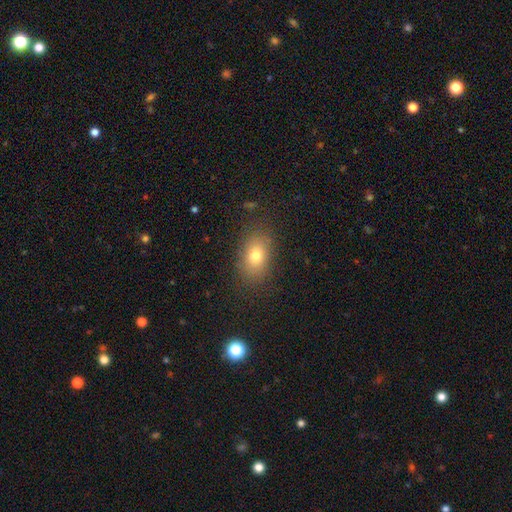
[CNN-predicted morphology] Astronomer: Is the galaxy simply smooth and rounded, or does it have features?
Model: smooth — 76%.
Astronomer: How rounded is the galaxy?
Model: in between — 80%.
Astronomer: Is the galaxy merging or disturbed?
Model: none — 83%.